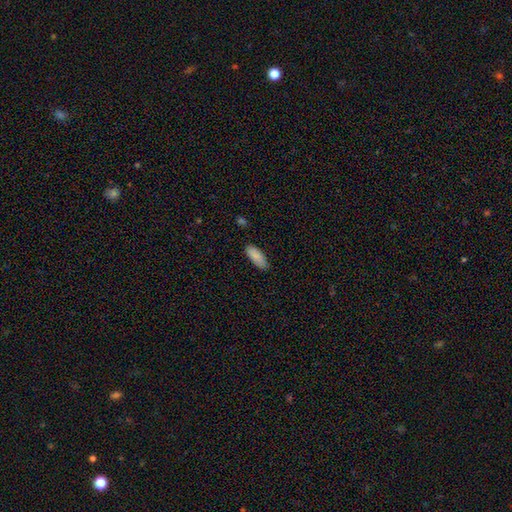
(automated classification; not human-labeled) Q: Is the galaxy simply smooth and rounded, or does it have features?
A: smooth — 87%.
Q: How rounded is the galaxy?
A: in between — 79%.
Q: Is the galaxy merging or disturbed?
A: none — 81%.